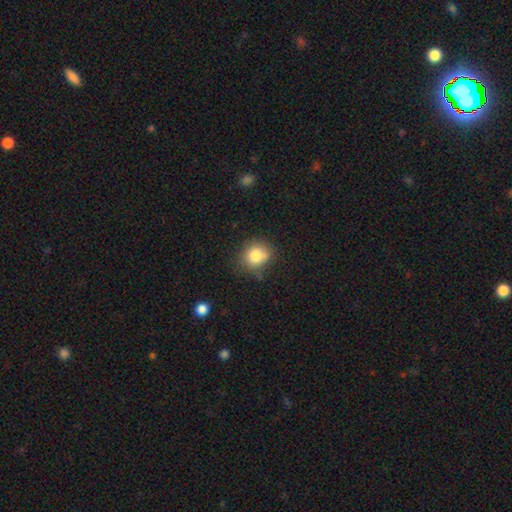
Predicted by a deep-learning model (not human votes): smooth 81%, star or artifact 11%, featured or disk 9%. Down the decision tree: how rounded — round (77%); merging — none (65%).